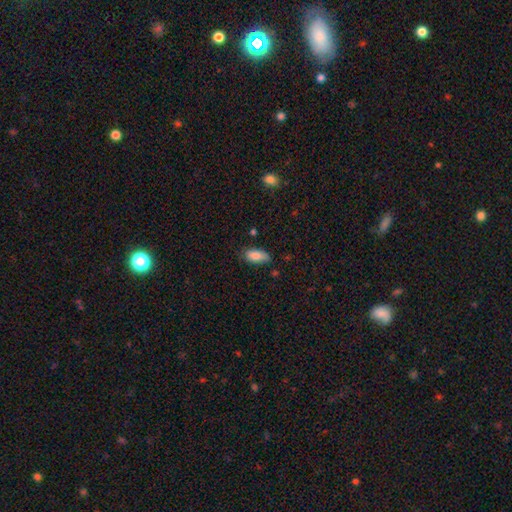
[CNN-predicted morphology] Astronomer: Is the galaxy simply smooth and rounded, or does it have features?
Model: smooth — 84%.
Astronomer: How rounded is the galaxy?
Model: in between — 90%.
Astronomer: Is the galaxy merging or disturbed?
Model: none — 68%.